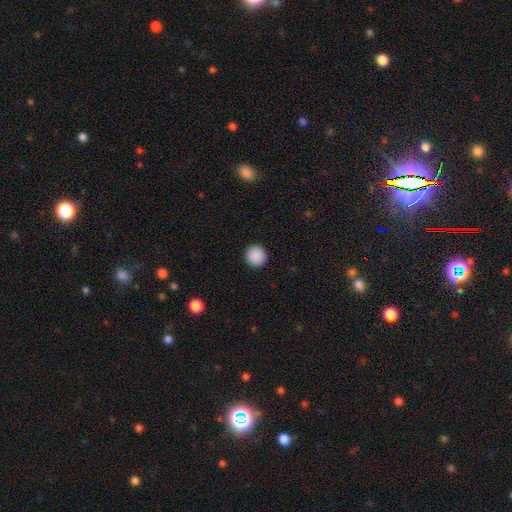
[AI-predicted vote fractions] smooth_or_featured: smooth (p=0.90) [alt: star or artifact p=0.08]
how_rounded: round (p=0.95) [alt: in between p=0.04]
merging: none (p=0.93) [alt: minor disturbance p=0.04]